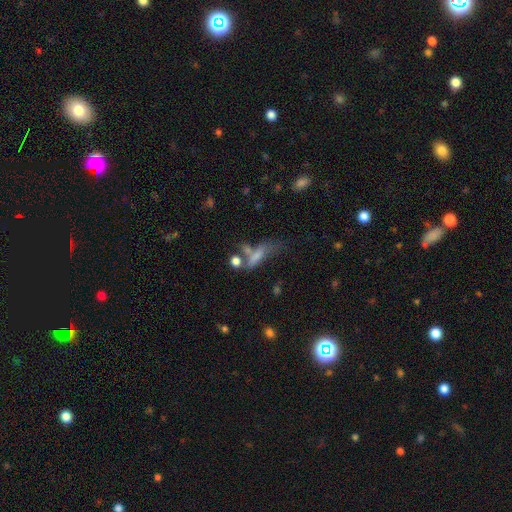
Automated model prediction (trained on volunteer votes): Smooth or featured: smooth — 65% (featured or disk — 23%)
How rounded: in between — 47% (cigar-shaped — 46%)
Merging: none — 30% (merger — 28%)